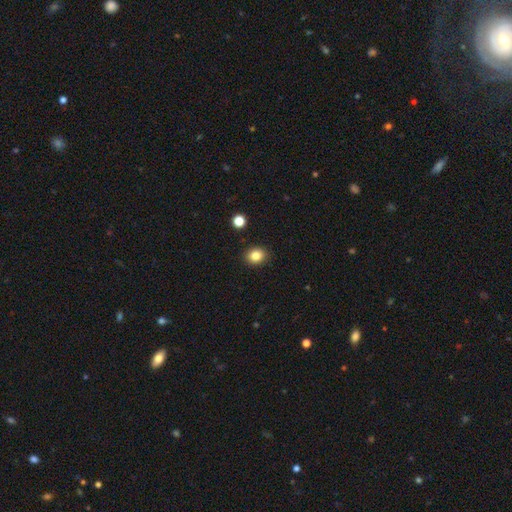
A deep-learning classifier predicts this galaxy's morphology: Smooth or featured: smooth — 84% (star or artifact — 11%)
How rounded: round — 60% (in between — 39%)
Merging: none — 90% (minor disturbance — 7%)